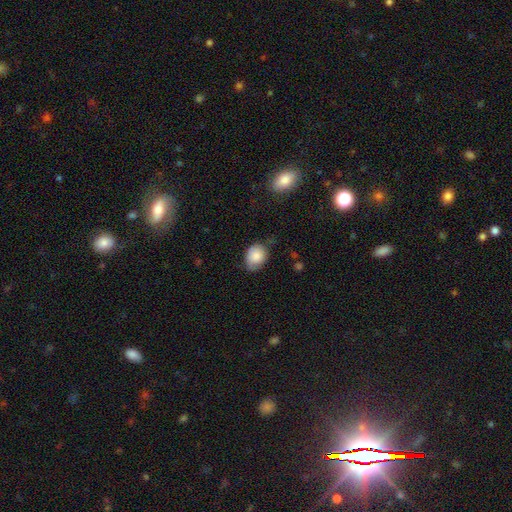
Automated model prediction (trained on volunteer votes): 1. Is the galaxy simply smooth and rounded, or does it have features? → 85% smooth, 8% featured or disk, 8% star or artifact.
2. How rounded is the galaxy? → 52% round, 47% in between, 1% cigar-shaped.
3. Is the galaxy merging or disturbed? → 60% none, 32% minor disturbance, 6% major disturbance, 2% merger.